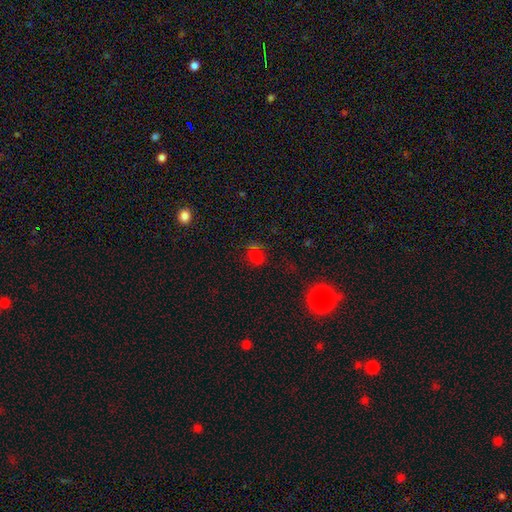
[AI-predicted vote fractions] A smooth galaxy with no disk features (58%) that is round (64%). Merging: none (62%).